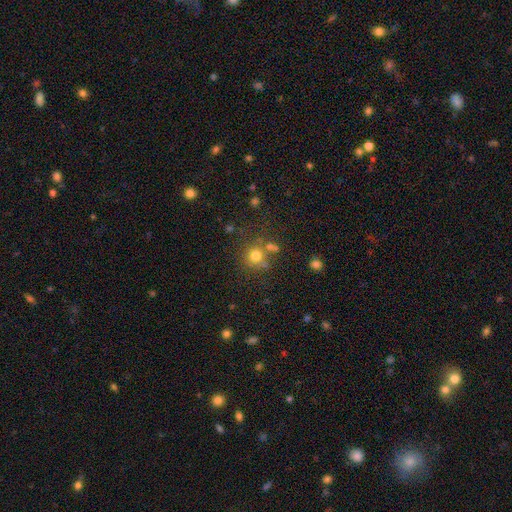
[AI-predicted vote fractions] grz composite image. It shows a smooth galaxy with no disk features (74%) that is round (88%). Merging: none (65%).